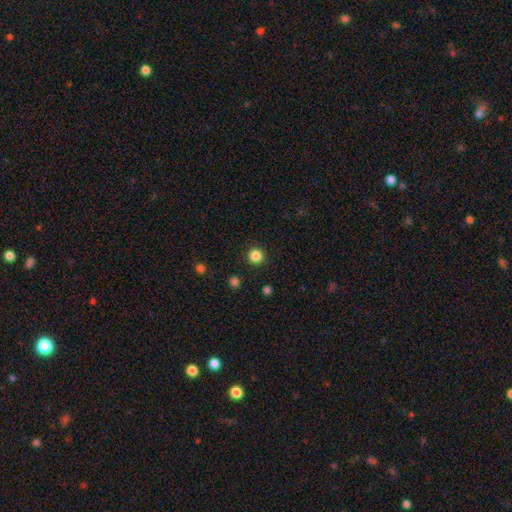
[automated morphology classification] type=smooth (85%); roundness=round (95%); merging=none (92%).